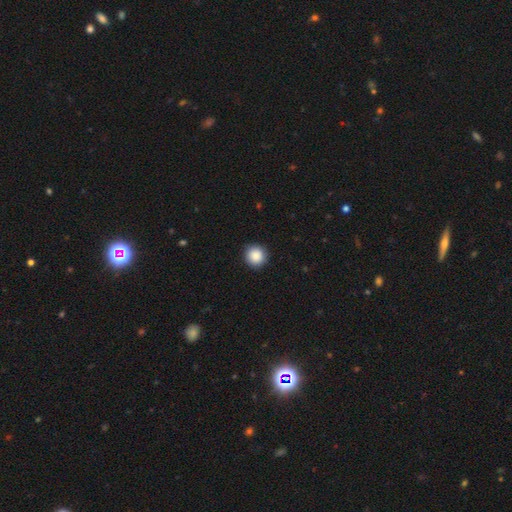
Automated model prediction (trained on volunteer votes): This is clearly a smooth galaxy (88%). How rounded: clearly round (94%). Merging: clearly none (92%).